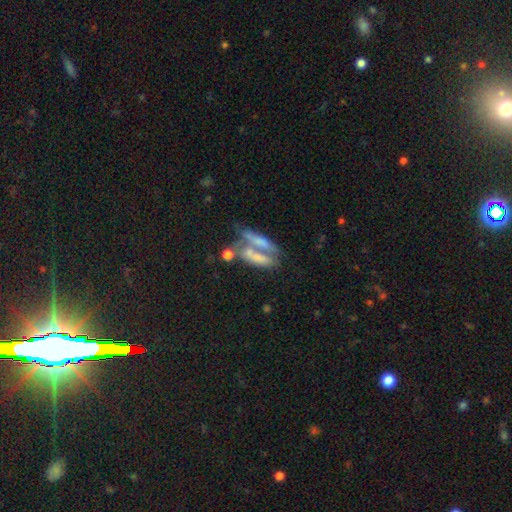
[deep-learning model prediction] smooth-or-featured: smooth: 53% | featured or disk: 37% | star or artifact: 10%
  how-rounded: in between: 54% | cigar-shaped: 41% | round: 5%
  merging: merger: 56% | none: 23% | major disturbance: 11% | minor disturbance: 10%